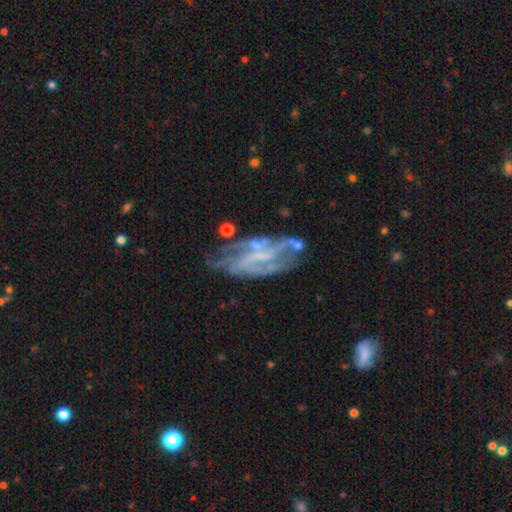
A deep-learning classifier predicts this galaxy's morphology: A featured or disk galaxy (77%) with no bar (40%), medium (39%) spiral arms (72%) and no central bulge (55%). Merging: none (50%).